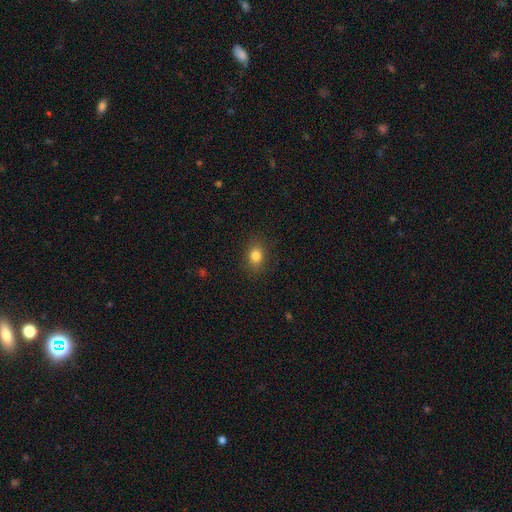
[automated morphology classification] smooth_or_featured: smooth (p=0.83) [alt: star or artifact p=0.11]
how_rounded: in between (p=0.62) [alt: round p=0.37]
merging: none (p=0.86) [alt: minor disturbance p=0.10]